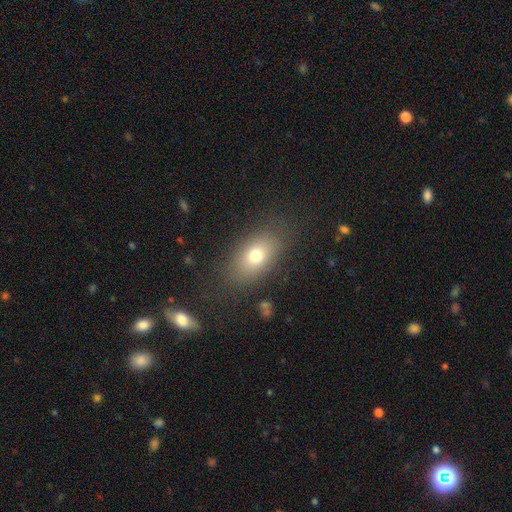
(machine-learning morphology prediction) Smooth or featured?
  - smooth: 74% *
  - featured or disk: 16%
  - star or artifact: 11%
How rounded?
  - in between: 83% *
  - round: 13%
  - cigar-shaped: 3%
Merging?
  - none: 80% *
  - minor disturbance: 12%
  - major disturbance: 6%
  - merger: 2%